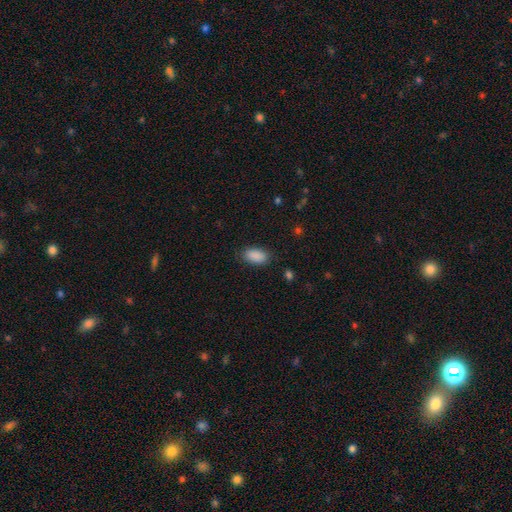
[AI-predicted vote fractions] smooth_or_featured: smooth (p=0.90) [alt: star or artifact p=0.07]
how_rounded: in between (p=0.93) [alt: round p=0.05]
merging: none (p=0.86) [alt: minor disturbance p=0.10]